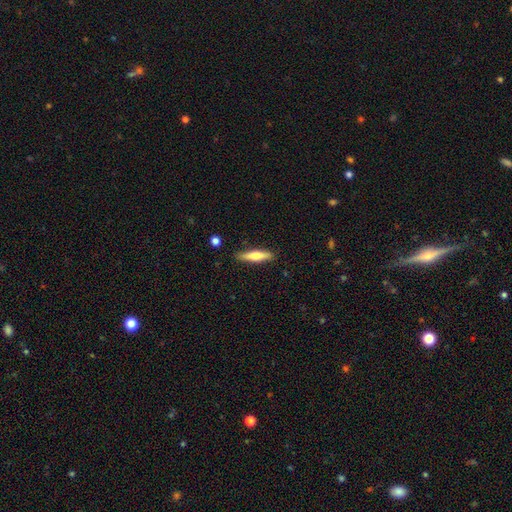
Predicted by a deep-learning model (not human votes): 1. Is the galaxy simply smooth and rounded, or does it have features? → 62% smooth, 32% featured or disk, 6% star or artifact.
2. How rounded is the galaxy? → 78% cigar-shaped, 20% in between, 2% round.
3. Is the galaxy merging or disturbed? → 87% none, 10% minor disturbance, 2% major disturbance, 2% merger.